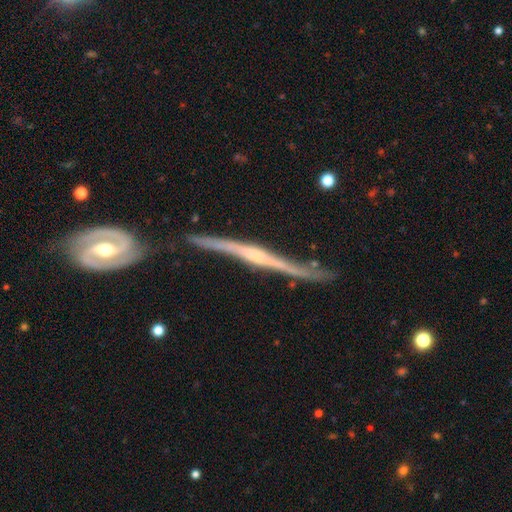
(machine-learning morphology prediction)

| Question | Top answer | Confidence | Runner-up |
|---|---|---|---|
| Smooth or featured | featured or disk | 87% | smooth (8%) |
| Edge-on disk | yes | 92% | no (8%) |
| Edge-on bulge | rounded | 62% | none (23%) |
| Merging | none | 60% | minor disturbance (24%) |